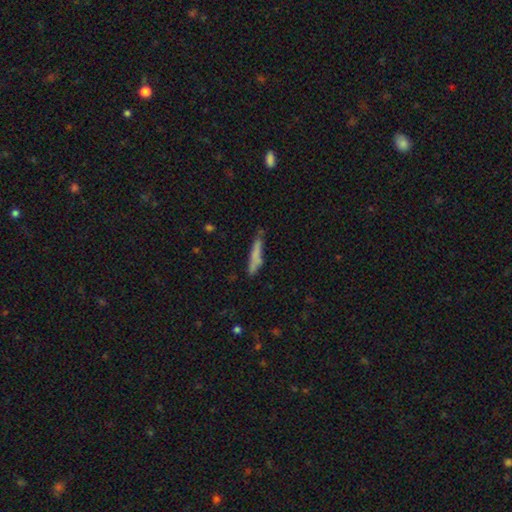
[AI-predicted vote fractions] Overall: smooth (69%). How rounded: cigar-shaped (91%). Merging: none (67%).